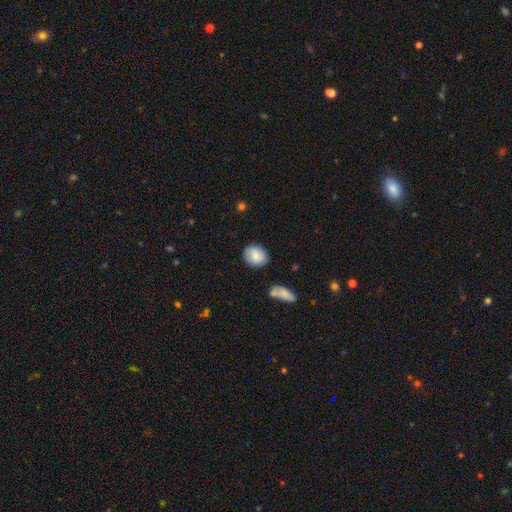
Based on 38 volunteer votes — A smooth galaxy with no disk features (76%) that is round (55%). Merging: none (77%).